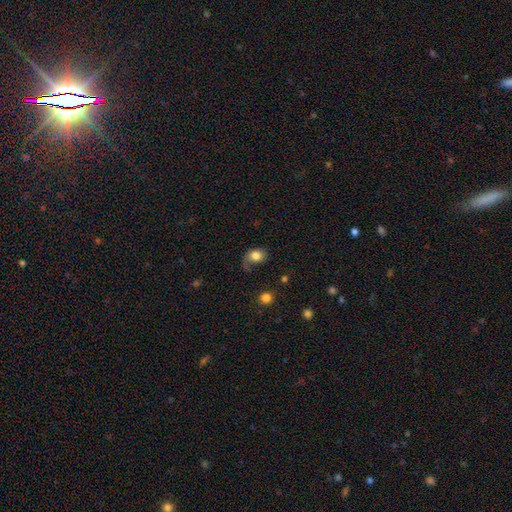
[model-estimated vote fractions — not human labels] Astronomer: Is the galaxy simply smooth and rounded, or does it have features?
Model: smooth — 78%.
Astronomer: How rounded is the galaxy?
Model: in between — 62%.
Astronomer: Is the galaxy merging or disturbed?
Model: none — 47% (runner-up: minor disturbance, 30%).